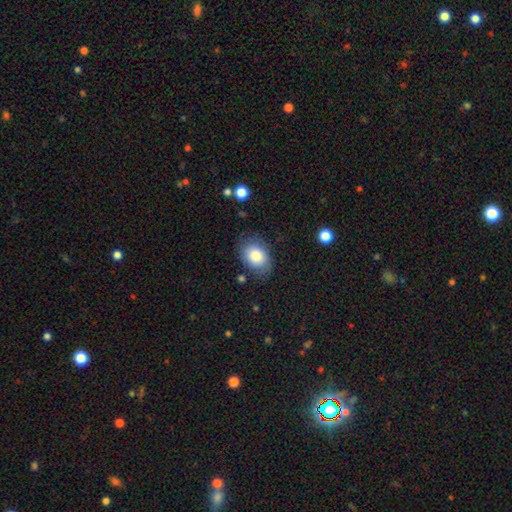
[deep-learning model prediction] A smooth galaxy with no disk features (83%) that is in between round and cigar-shaped (78%). Merging: none (73%).